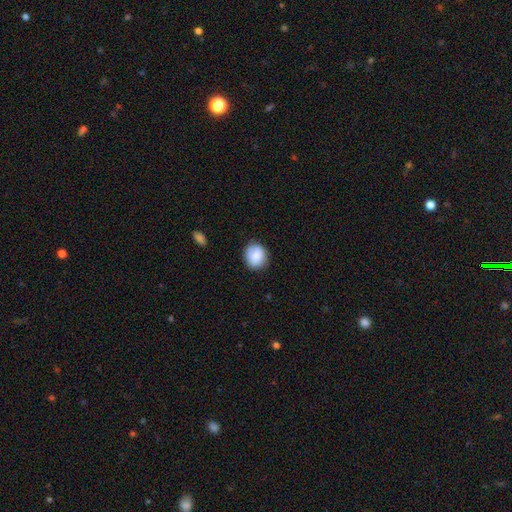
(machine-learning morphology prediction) Smooth or featured? Predicted: smooth (p=0.81). How rounded? Predicted: round (p=0.78). Merging? Predicted: none (p=0.78).